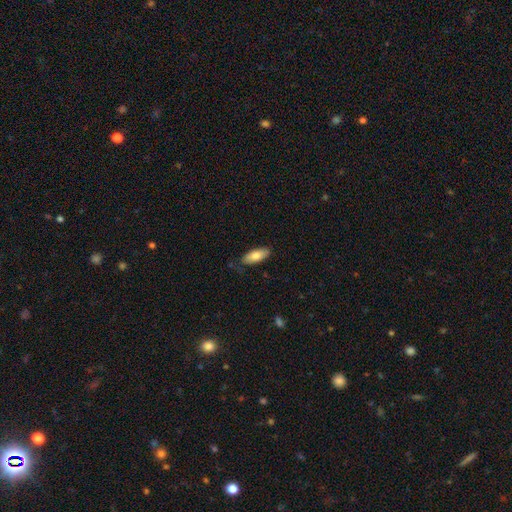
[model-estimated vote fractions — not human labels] smooth-or-featured: smooth: 78% | featured or disk: 16% | star or artifact: 6%
  how-rounded: in between: 79% | cigar-shaped: 19% | round: 2%
  merging: none: 79% | minor disturbance: 17% | major disturbance: 3% | merger: 1%